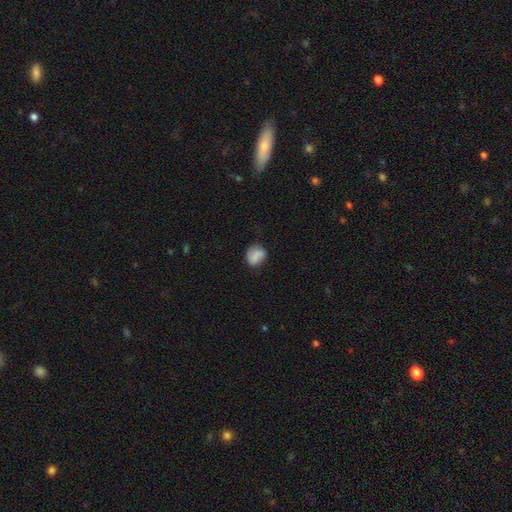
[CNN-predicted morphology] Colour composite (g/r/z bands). It shows a smooth galaxy with no disk features (66%) that is round (60%). Merging: none (62%).